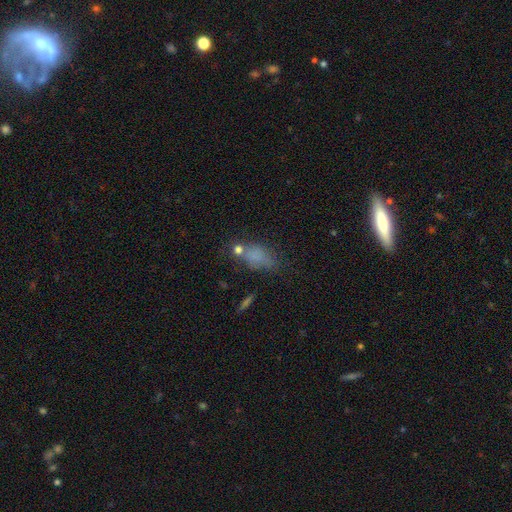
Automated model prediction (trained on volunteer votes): smooth_or_featured: smooth (p=0.70) [alt: star or artifact p=0.15]
how_rounded: in between (p=0.78) [alt: round p=0.12]
merging: none (p=0.46) [alt: minor disturbance p=0.25]